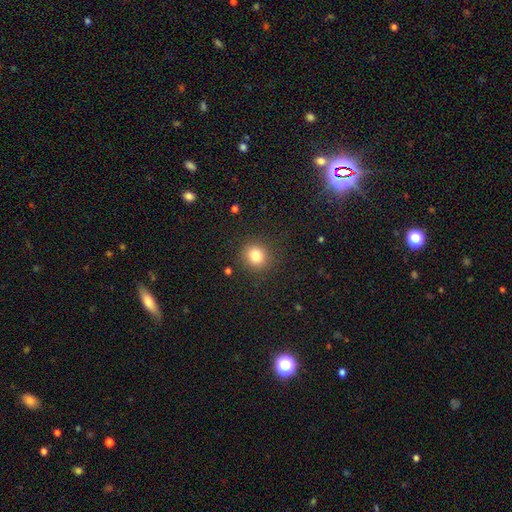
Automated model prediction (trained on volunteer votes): smooth_or_featured: smooth (p=0.81) [alt: star or artifact p=0.12]
how_rounded: round (p=0.87) [alt: in between p=0.12]
merging: none (p=0.89) [alt: minor disturbance p=0.07]